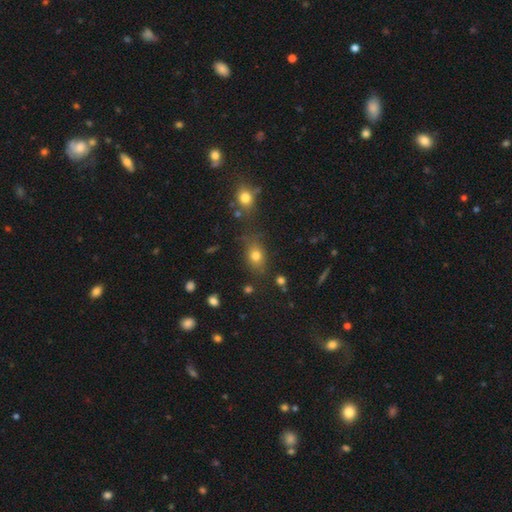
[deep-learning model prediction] smooth 75%, star or artifact 15%, featured or disk 10%. Down the decision tree: how rounded — in between (65%); merging — none (72%).